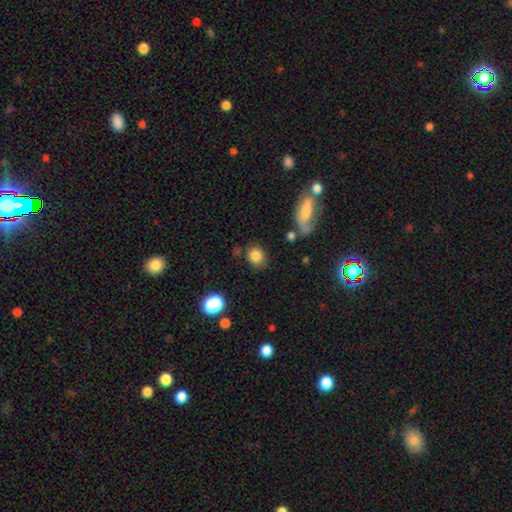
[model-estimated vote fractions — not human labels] Q: Smooth or featured?
A: smooth (84%); runner-up: star or artifact (10%)
Q: How rounded?
A: round (73%); runner-up: in between (26%)
Q: Merging?
A: none (77%); runner-up: minor disturbance (14%)